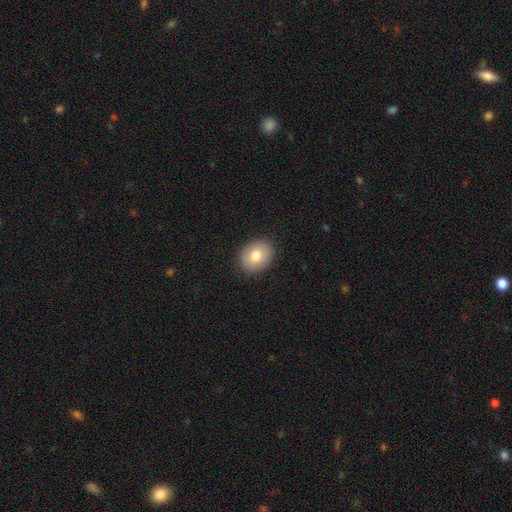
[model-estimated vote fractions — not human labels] Morphology: type=smooth (77%); roundness=in between (52%); merging=none (88%).